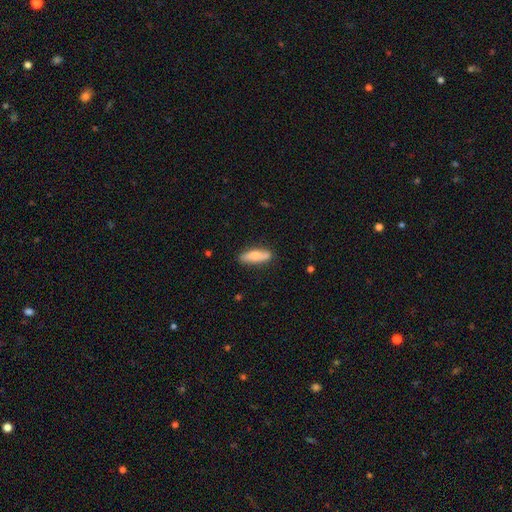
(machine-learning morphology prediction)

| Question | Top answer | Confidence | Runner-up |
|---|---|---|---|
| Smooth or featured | smooth | 72% | featured or disk (23%) |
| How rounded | cigar-shaped | 51% | in between (46%) |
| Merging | none | 82% | minor disturbance (14%) |